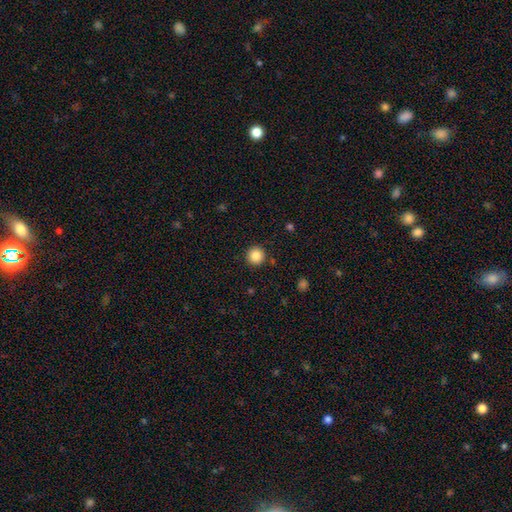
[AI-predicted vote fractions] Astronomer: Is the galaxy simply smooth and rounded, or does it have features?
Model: smooth — 86%.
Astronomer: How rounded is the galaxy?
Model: round — 95%.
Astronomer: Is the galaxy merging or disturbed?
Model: none — 91%.